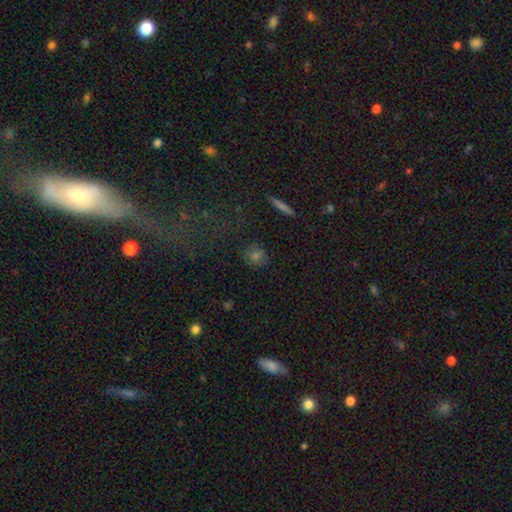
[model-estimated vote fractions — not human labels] The model was most divided on "smooth or featured": smooth: 68%, star or artifact: 21%, featured or disk: 12%. More confident: merging — none (85%); how rounded — round (80%).